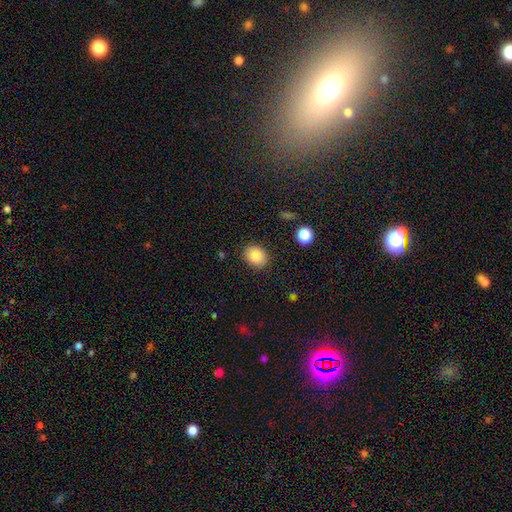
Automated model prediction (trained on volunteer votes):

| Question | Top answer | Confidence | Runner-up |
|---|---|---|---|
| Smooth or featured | smooth | 87% | star or artifact (8%) |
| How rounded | round | 51% | in between (48%) |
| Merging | none | 86% | minor disturbance (9%) |